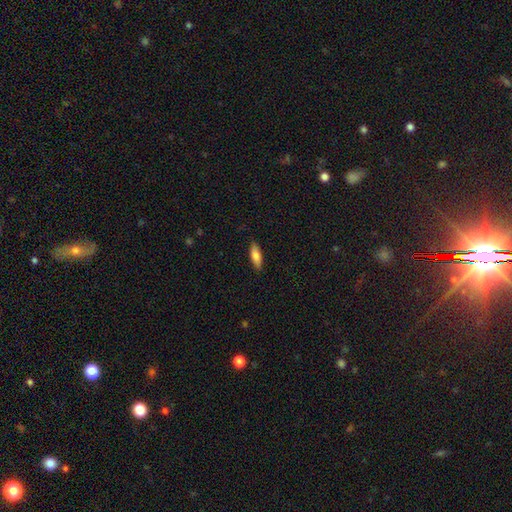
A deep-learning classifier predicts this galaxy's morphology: A smooth galaxy with no disk features (77%) that is in between round and cigar-shaped (54%).

Vote fractions:
- Smooth or featured? smooth: 77% / featured or disk: 17% / star or artifact: 6%
- How rounded? in between: 54% / cigar-shaped: 44% / round: 2%
- Merging? none: 87% / minor disturbance: 10% / major disturbance: 2% / merger: 1%